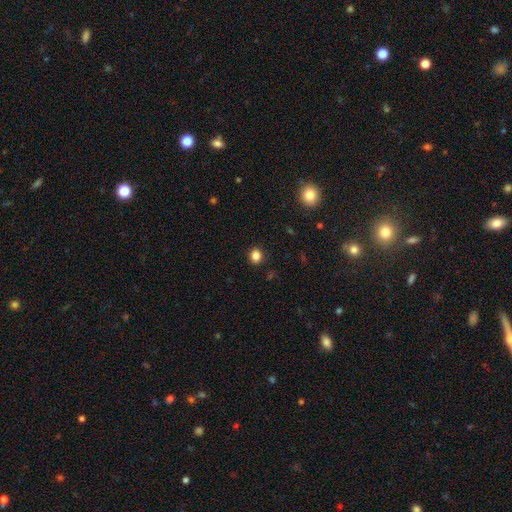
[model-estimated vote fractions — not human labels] A smooth galaxy with no disk features (84%) that is round (63%).

Vote fractions:
- Smooth or featured? smooth: 84% / star or artifact: 12% / featured or disk: 4%
- How rounded? round: 63% / in between: 36% / cigar-shaped: 1%
- Merging? none: 89% / minor disturbance: 7% / major disturbance: 2% / merger: 1%